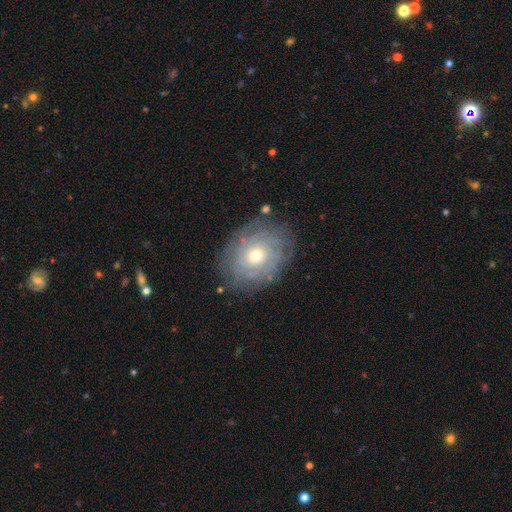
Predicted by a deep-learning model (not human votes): A featured or disk galaxy (75%) with no bar (82%), tight (78%) spiral arms (86%) and a moderate central bulge (54%).

Vote fractions:
- Smooth or featured? featured or disk: 75% / smooth: 18% / star or artifact: 8%
- Edge-on disk? no: 96% / yes: 4%
- Bar? no: 82% / weak: 15% / strong: 3%
- Spiral arms? yes: 86% / no: 14%
- Spiral winding? tight: 78% / medium: 17% / loose: 5%
- Spiral arm count? can't tell: 56% / 4: 11% / 3: 10% / 2: 9% / more than 4: 9% / 1: 5%
- Bulge size? moderate: 54% / small: 41% / large: 3% / none: 1% / dominant: 1%
- Merging? none: 78% / minor disturbance: 15% / major disturbance: 5% / merger: 1%